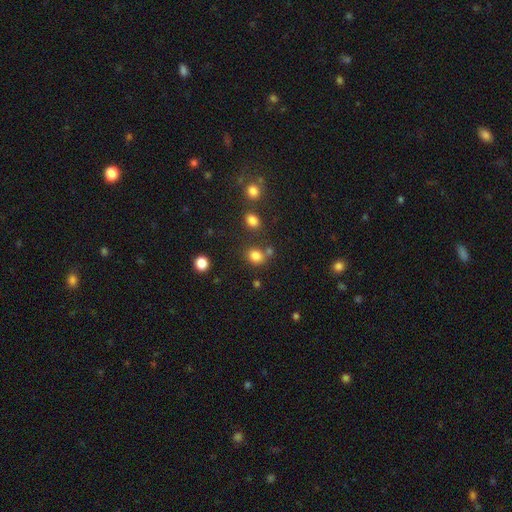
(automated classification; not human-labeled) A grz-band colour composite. It shows a smooth galaxy with no disk features (81%) that is round (60%). Merging: none (68%).